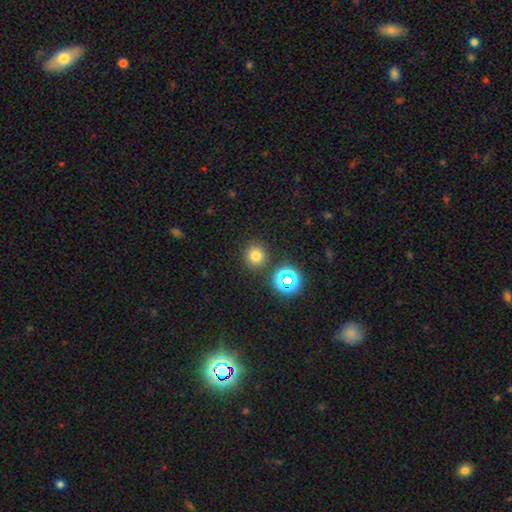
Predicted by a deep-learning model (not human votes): Smooth or featured? smooth (73%)
How rounded? round (89%)
Merging? none (86%)